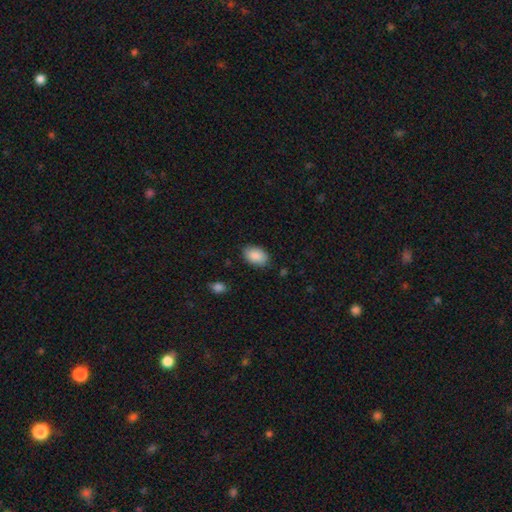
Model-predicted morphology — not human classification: A smooth galaxy with no disk features (89%) that is in between round and cigar-shaped (89%). Merging: none (84%).